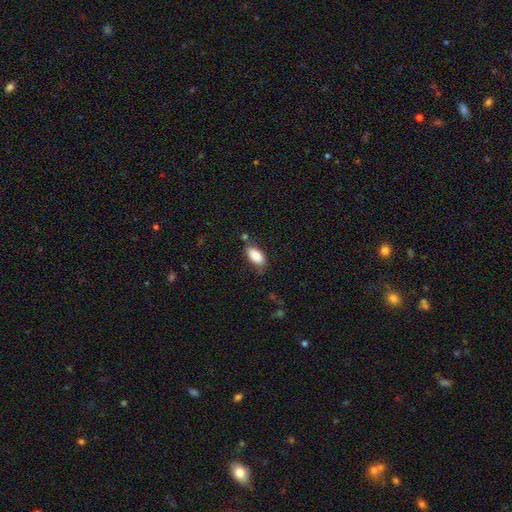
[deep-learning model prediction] A smooth galaxy with no disk features (87%) that is in between round and cigar-shaped (91%).

Vote fractions:
- Smooth or featured? smooth: 87% / star or artifact: 7% / featured or disk: 6%
- How rounded? in between: 91% / cigar-shaped: 6% / round: 3%
- Merging? none: 62% / minor disturbance: 25% / major disturbance: 7% / merger: 6%